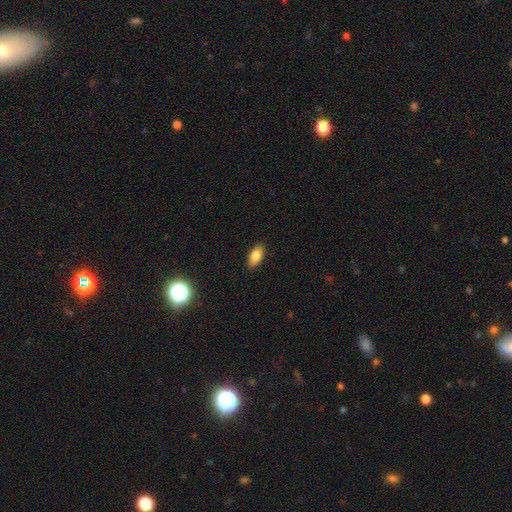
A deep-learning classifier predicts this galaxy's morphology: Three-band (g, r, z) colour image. It shows a smooth galaxy with no disk features (82%) that is in between round and cigar-shaped (90%). Merging: none (89%).